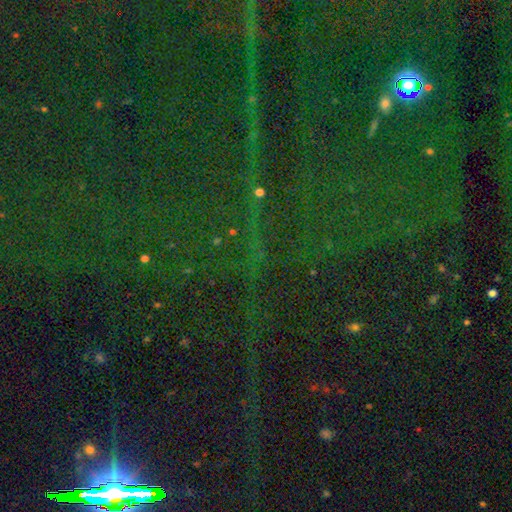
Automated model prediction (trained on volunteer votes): This appears to be a star or artifact, not a galaxy (85%).